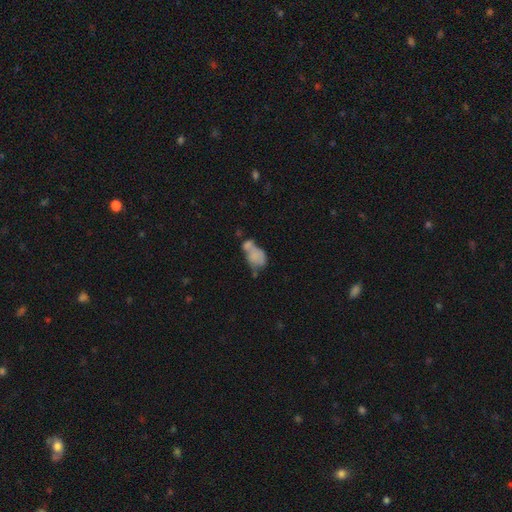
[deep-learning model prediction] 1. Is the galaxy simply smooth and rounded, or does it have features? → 64% smooth, 25% featured or disk, 10% star or artifact.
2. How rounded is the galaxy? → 78% in between, 20% round, 3% cigar-shaped.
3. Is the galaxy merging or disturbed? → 57% merger, 17% none, 14% major disturbance, 13% minor disturbance.